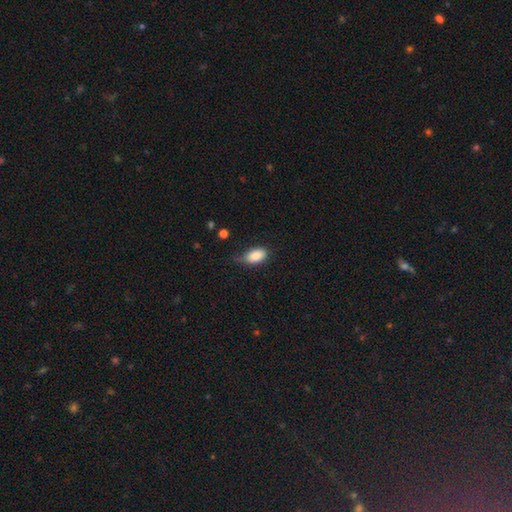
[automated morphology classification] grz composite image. It shows a smooth galaxy with no disk features (86%) that is in between round and cigar-shaped (91%). Merging: none (45%).